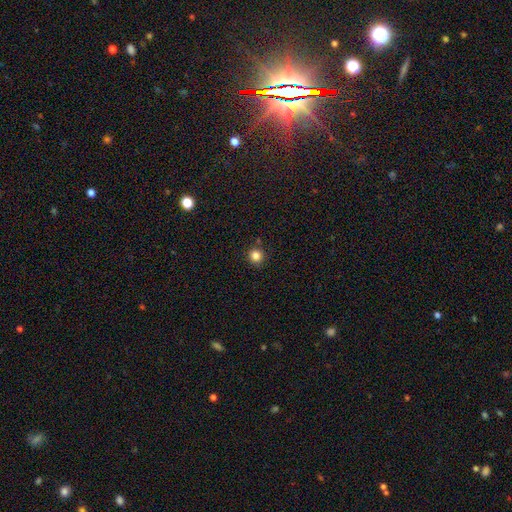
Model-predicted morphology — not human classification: smooth-or-featured: smooth: 83% | star or artifact: 12% | featured or disk: 4%
  how-rounded: round: 92% | in between: 7% | cigar-shaped: 1%
  merging: none: 87% | minor disturbance: 7% | merger: 4% | major disturbance: 2%